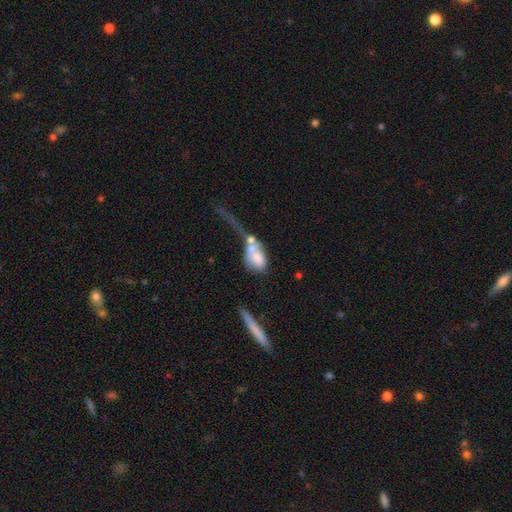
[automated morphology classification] Overall: smooth (60%; featured or disk 31%). How rounded: in between (82%). Merging: merger (45%; major disturbance 31%).